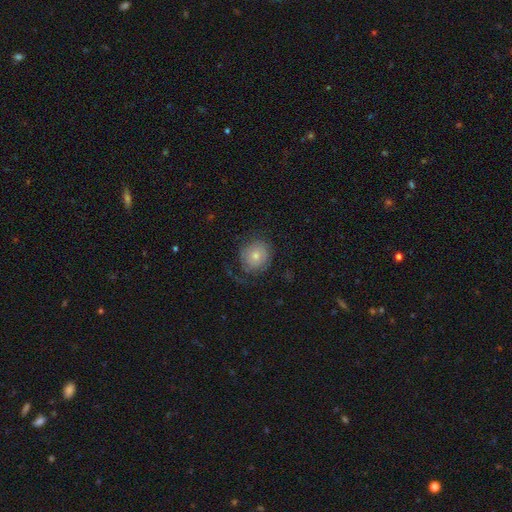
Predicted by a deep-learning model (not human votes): smooth 52%, featured or disk 40%, star or artifact 8%. Down the decision tree: how rounded — round (83%); merging — none (61%).